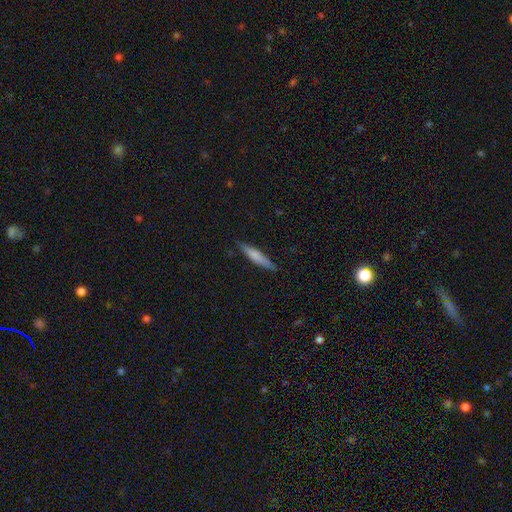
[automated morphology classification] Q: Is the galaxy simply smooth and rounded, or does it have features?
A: smooth — 69%.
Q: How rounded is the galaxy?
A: cigar-shaped — 89%.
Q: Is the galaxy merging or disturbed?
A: none — 86%.